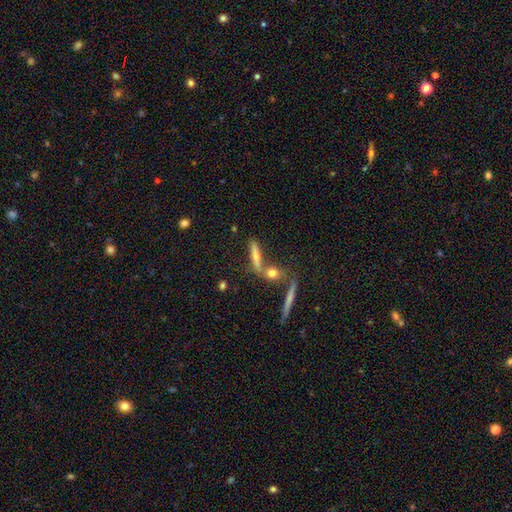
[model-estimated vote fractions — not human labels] Morphology: type=smooth (56%); roundness=cigar-shaped (78%); merging=none (54%).